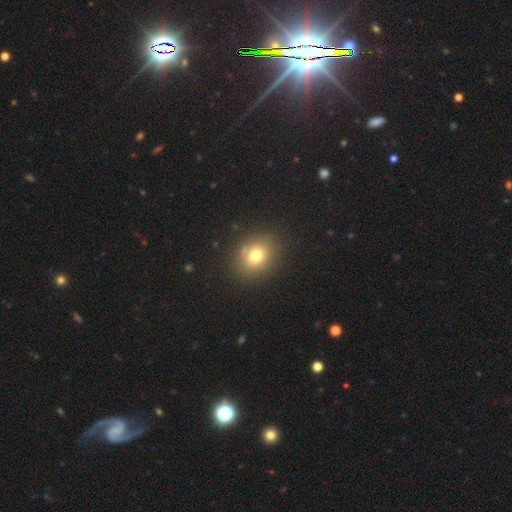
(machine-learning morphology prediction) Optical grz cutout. It shows a smooth galaxy with no disk features (73%) that is round (57%). Merging: none (81%).